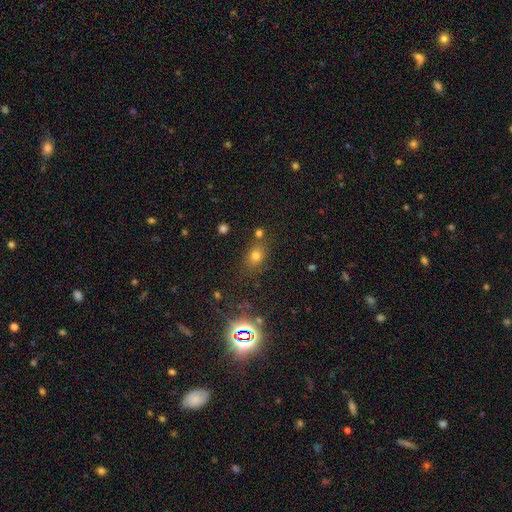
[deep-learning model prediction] Smooth or featured?
  - smooth: 64% *
  - star or artifact: 26%
  - featured or disk: 10%
How rounded?
  - in between: 52% *
  - round: 45%
  - cigar-shaped: 2%
Merging?
  - none: 70% *
  - minor disturbance: 13%
  - merger: 11%
  - major disturbance: 5%